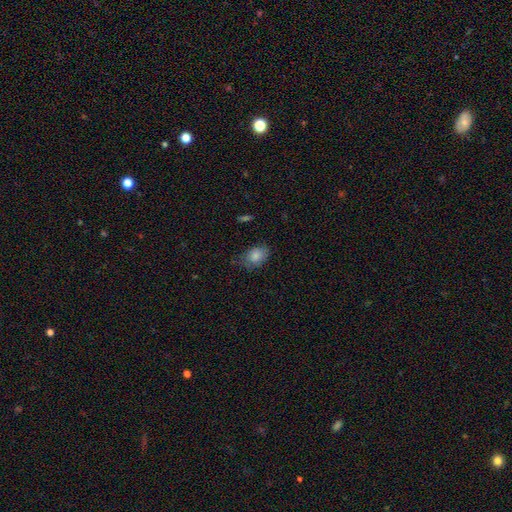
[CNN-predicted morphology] Smooth or featured: smooth — 83% (featured or disk — 9%)
How rounded: in between — 73% (round — 25%)
Merging: none — 64% (minor disturbance — 27%)